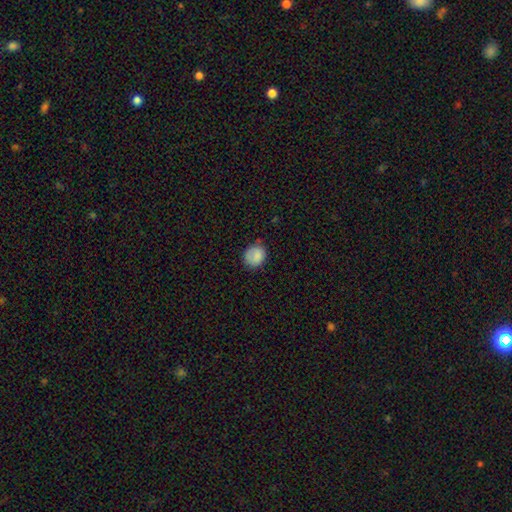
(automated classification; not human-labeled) smooth_or_featured: smooth (p=0.84) [alt: star or artifact p=0.08]
how_rounded: round (p=0.67) [alt: in between p=0.32]
merging: none (p=0.68) [alt: minor disturbance p=0.25]